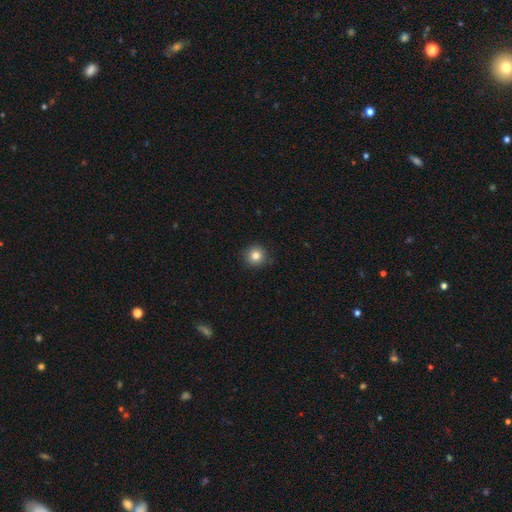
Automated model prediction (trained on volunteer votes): This appears to be a smooth galaxy with no disk features (82%) that is round (93%). Merging: none (88%).